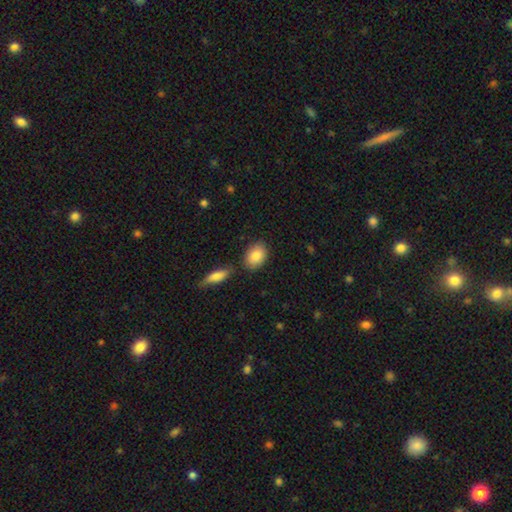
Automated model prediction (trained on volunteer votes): Smooth or featured? smooth (87%)
How rounded? in between (81%)
Merging? none (76%)